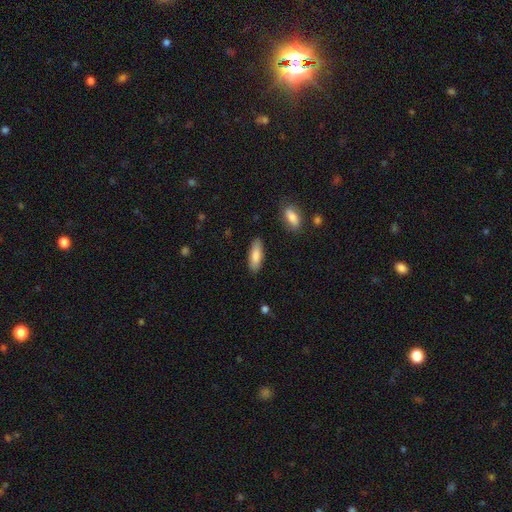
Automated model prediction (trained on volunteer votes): Smooth or featured?
  - smooth: 83% *
  - featured or disk: 11%
  - star or artifact: 6%
How rounded?
  - in between: 62% *
  - cigar-shaped: 36%
  - round: 2%
Merging?
  - none: 86% *
  - minor disturbance: 10%
  - major disturbance: 2%
  - merger: 2%